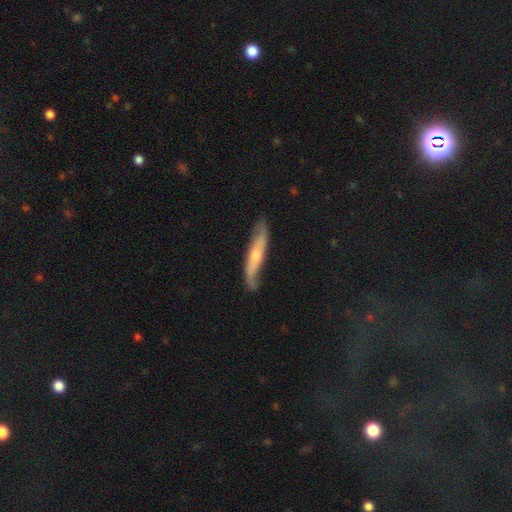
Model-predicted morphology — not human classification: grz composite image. It shows a featured or disk galaxy (55%) viewed edge-on (59%). Merging: none (69%).